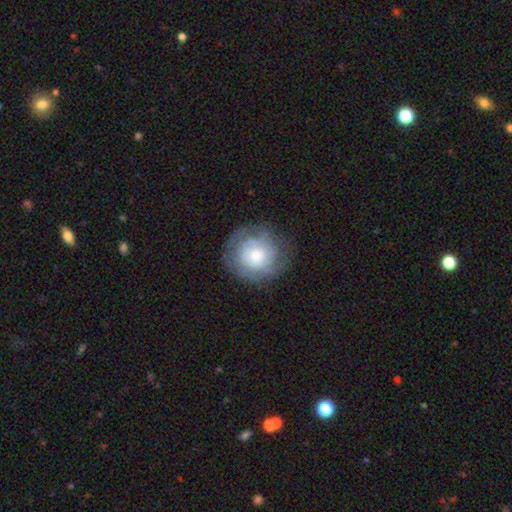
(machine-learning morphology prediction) type=featured or disk (54%); edge-on=no (97%); bar=no (80%); spiral arms=yes (72%); bulge=moderate (46%); merging=none (75%).